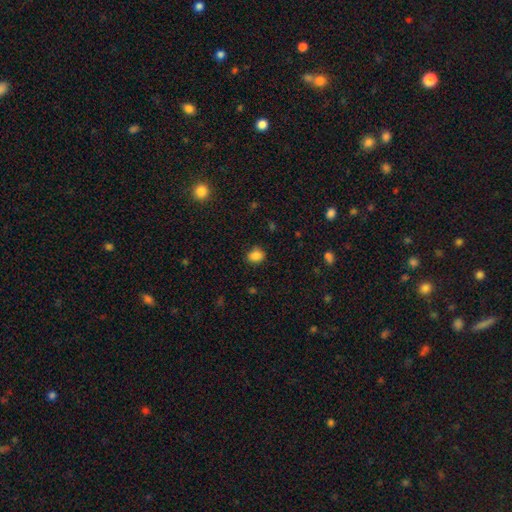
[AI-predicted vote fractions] Smooth or featured: smooth — 85% (star or artifact — 10%)
How rounded: in between — 53% (round — 46%)
Merging: none — 78% (minor disturbance — 16%)